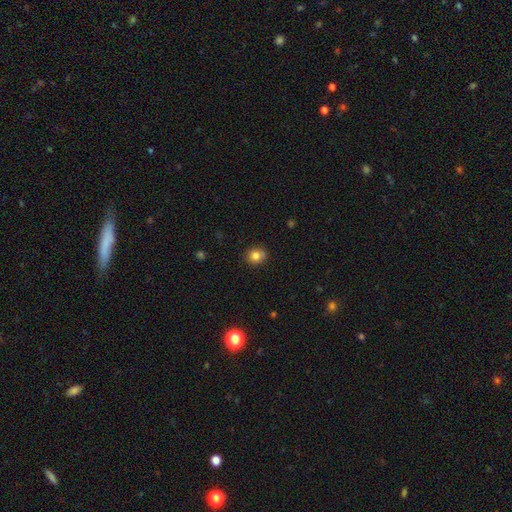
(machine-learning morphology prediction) Smooth or featured: smooth — 81% (star or artifact — 11%)
How rounded: round — 79% (in between — 20%)
Merging: none — 84% (minor disturbance — 12%)